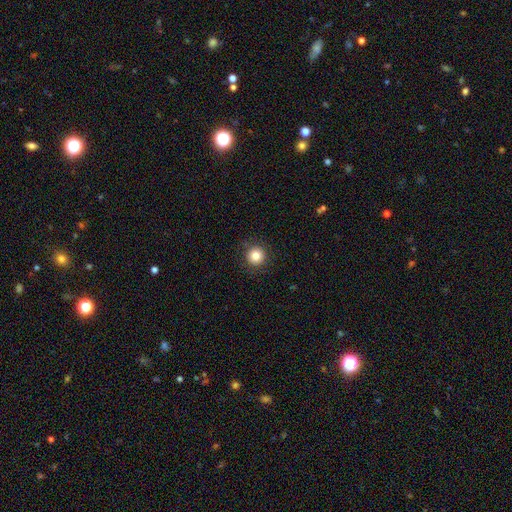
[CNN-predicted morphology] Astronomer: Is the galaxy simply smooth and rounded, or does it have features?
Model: smooth — 82%.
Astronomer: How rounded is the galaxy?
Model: round — 96%.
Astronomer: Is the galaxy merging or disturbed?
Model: none — 90%.